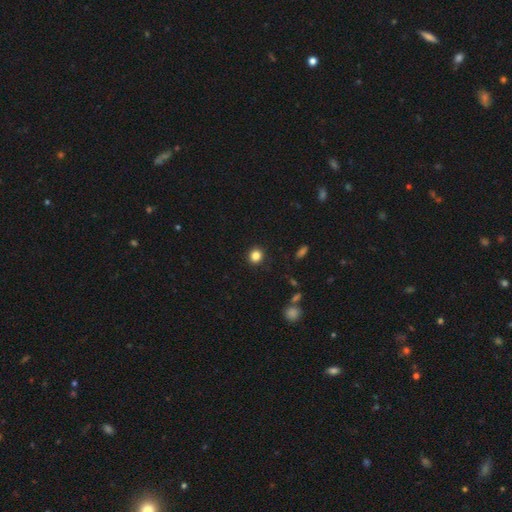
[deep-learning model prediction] This is clearly a smooth galaxy (84%). How rounded: clearly round (88%). Merging: clearly none (91%).